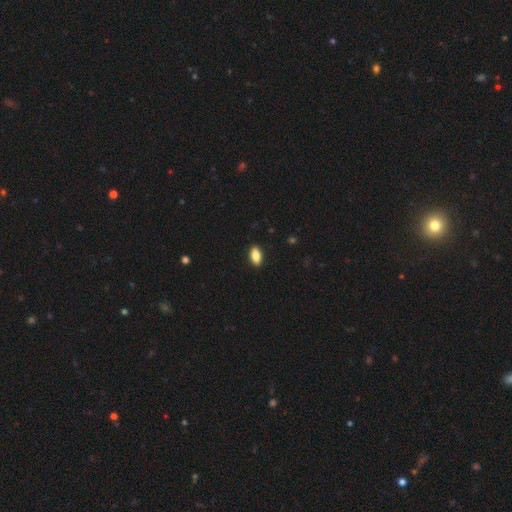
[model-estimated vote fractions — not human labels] Smooth or featured? Predicted: smooth (p=0.87). How rounded? Predicted: in between (p=0.90). Merging? Predicted: none (p=0.90).